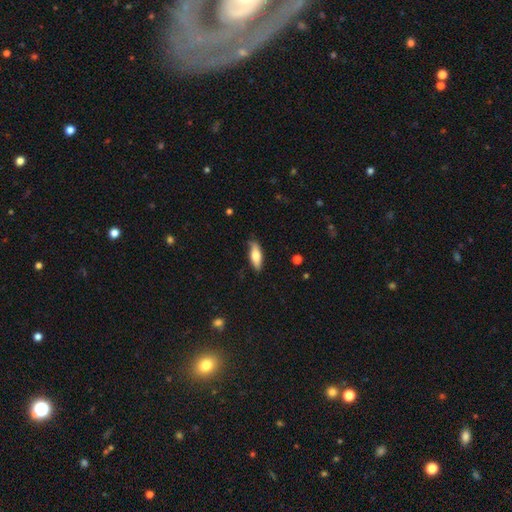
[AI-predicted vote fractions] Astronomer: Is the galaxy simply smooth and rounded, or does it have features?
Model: smooth — 67%.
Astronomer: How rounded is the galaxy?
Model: in between — 59% (runner-up: cigar-shaped, 39%).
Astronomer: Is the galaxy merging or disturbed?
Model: none — 79%.